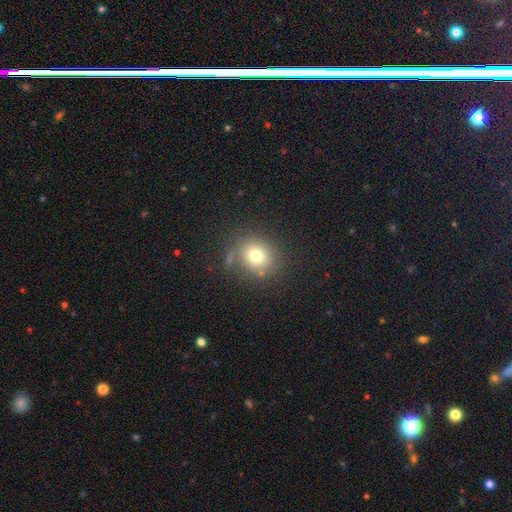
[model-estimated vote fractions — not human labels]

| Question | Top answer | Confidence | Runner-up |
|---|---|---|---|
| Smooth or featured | smooth | 75% | star or artifact (14%) |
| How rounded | round | 79% | in between (20%) |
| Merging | none | 76% | minor disturbance (12%) |